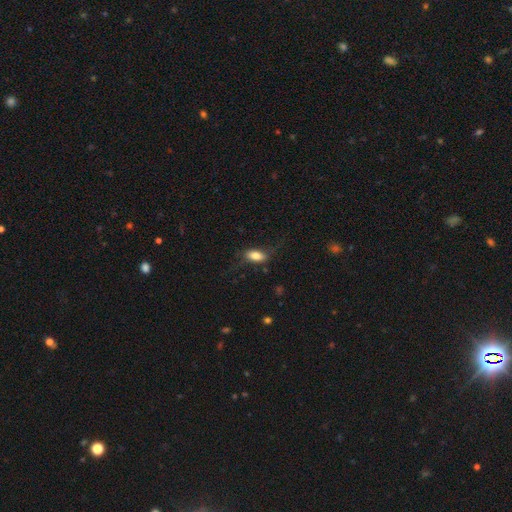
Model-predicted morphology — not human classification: smooth_or_featured: smooth (p=0.79) [alt: featured or disk p=0.13]
how_rounded: in between (p=0.86) [alt: cigar-shaped p=0.08]
merging: none (p=0.67) [alt: minor disturbance p=0.20]